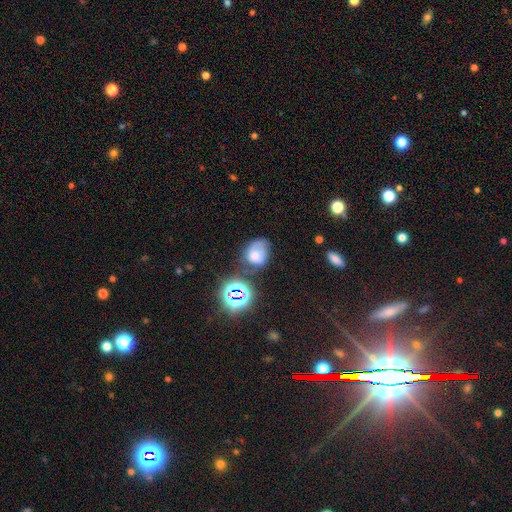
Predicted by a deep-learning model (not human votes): A smooth galaxy with no disk features (55%) that is in between round and cigar-shaped (58%). Merging: none (41%).